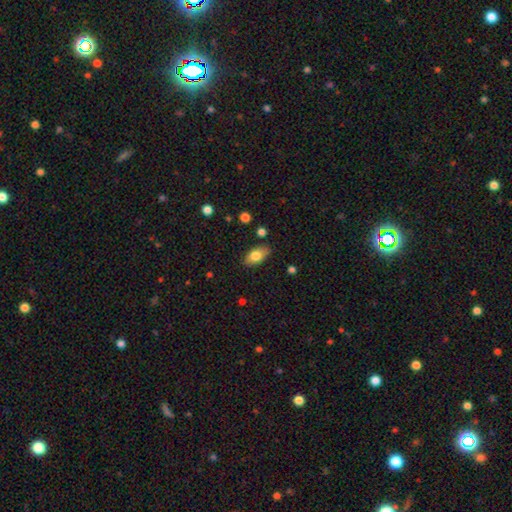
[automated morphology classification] Overall: smooth (78%). How rounded: in between (91%). Merging: none (84%).